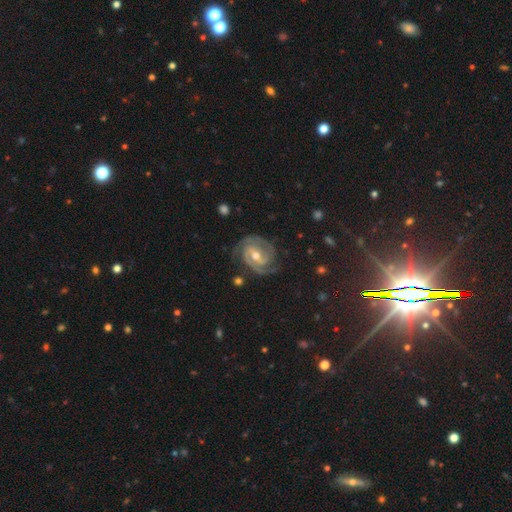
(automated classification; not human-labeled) Overall: featured or disk (91%). Edge-on disk: no (98%). Bar: weak (46%; no 28%). Spiral arms: yes (98%). Spiral arm count: 2 (63%). Spiral winding: tight (64%; medium 31%). Bulge size: moderate (69%). Merging: none (77%).